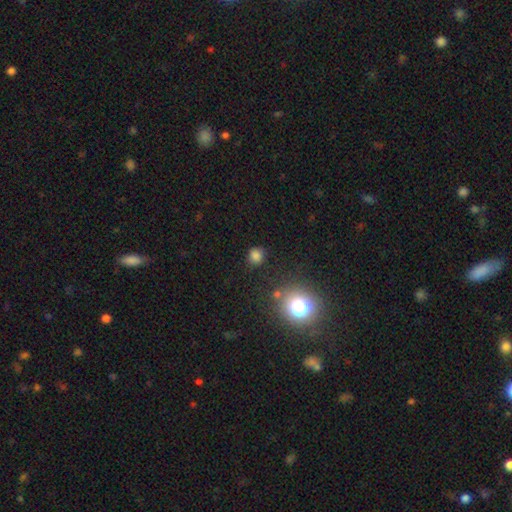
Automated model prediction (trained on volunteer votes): A smooth galaxy with no disk features (77%) that is round (86%). Merging: none (82%).